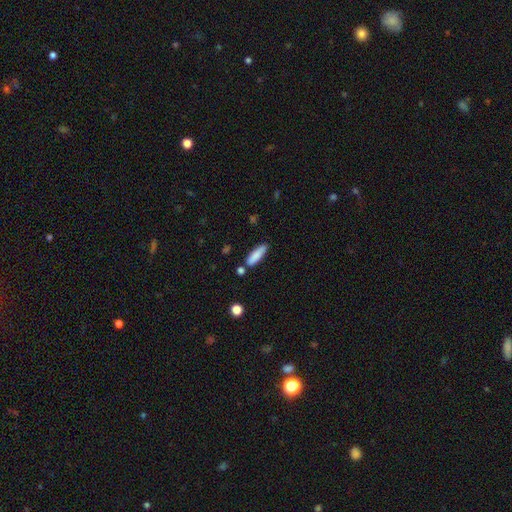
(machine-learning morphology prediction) Smooth or featured? smooth (84%)
How rounded? cigar-shaped (57%)
Merging? none (75%)